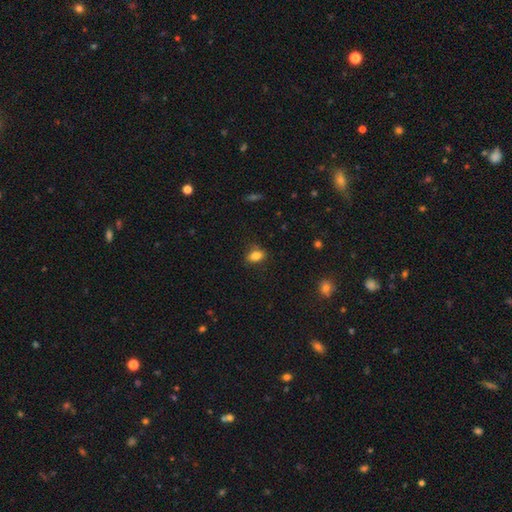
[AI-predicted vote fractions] Overall: smooth (84%). How rounded: in between (84%). Merging: none (80%).